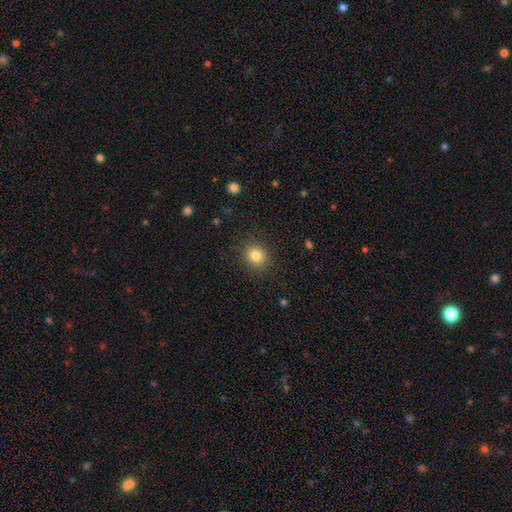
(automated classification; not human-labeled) Q: Smooth or featured?
A: smooth (83%); runner-up: star or artifact (11%)
Q: How rounded?
A: round (78%); runner-up: in between (21%)
Q: Merging?
A: none (87%); runner-up: minor disturbance (8%)